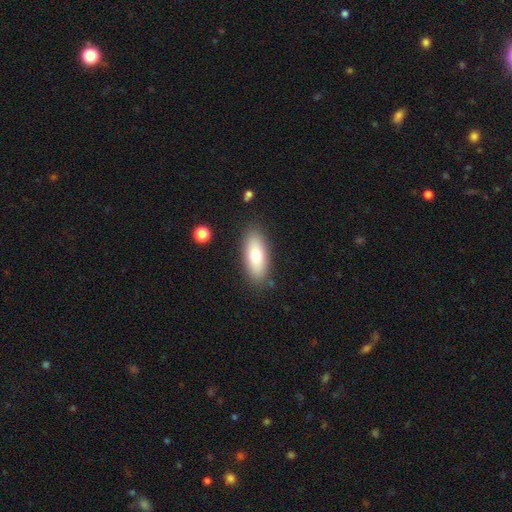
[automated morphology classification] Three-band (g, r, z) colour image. It shows a smooth galaxy with no disk features (73%) that is in between round and cigar-shaped (81%). Merging: none (85%).